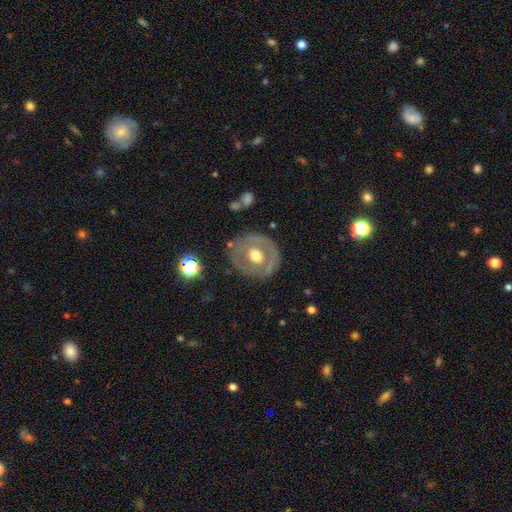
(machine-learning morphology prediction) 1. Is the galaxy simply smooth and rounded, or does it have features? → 57% featured or disk, 37% smooth, 6% star or artifact.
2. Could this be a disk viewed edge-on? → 95% no, 5% yes.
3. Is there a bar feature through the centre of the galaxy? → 77% no, 17% weak, 6% strong.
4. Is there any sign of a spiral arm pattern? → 83% no, 17% yes.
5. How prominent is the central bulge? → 70% moderate, 20% large, 8% small, 1% dominant, 1% none.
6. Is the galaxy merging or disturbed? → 75% none, 16% minor disturbance, 7% major disturbance, 2% merger.